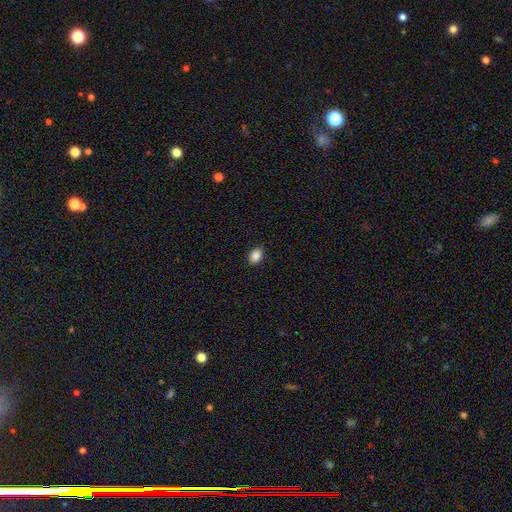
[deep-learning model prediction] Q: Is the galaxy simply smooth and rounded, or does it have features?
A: smooth — 88%.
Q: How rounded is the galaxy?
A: in between — 73%.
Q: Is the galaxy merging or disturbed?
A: none — 90%.